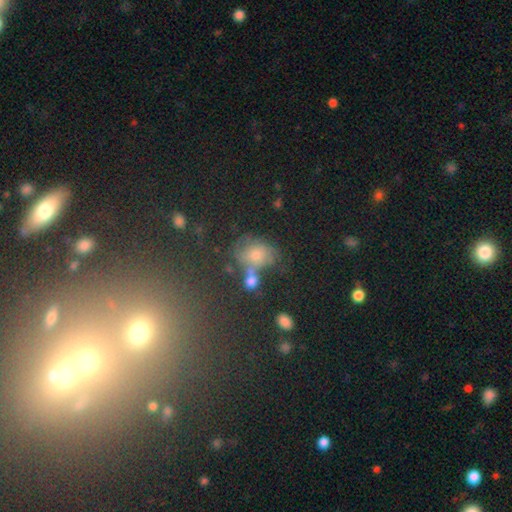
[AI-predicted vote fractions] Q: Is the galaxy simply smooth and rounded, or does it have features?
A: smooth — 54%.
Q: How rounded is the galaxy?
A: in between — 61%.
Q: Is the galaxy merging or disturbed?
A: none — 47%.